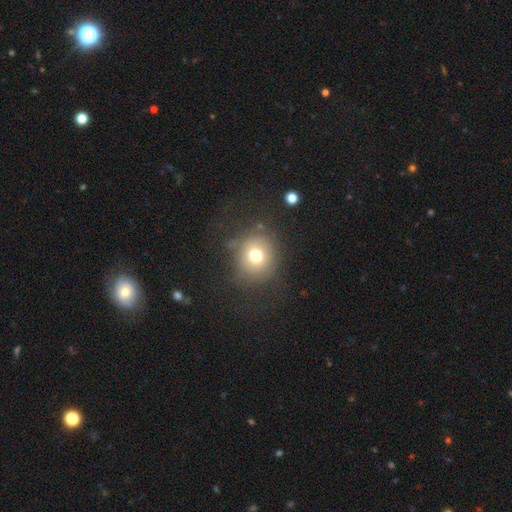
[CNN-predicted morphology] Overall: smooth (71%). How rounded: round (85%). Merging: none (75%).